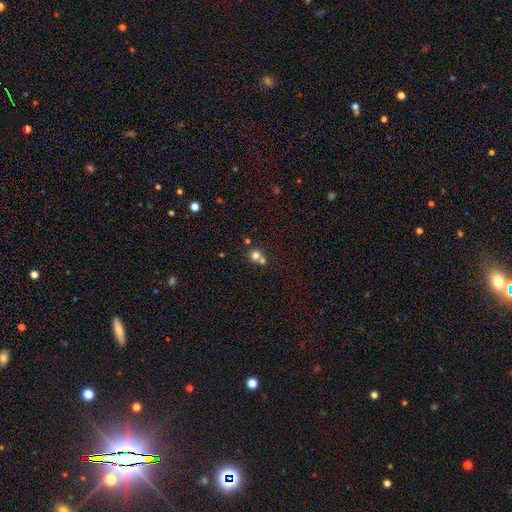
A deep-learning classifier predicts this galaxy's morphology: A smooth galaxy with no disk features (74%) that is round (88%).

Vote fractions:
- Smooth or featured? smooth: 74% / star or artifact: 15% / featured or disk: 11%
- How rounded? round: 88% / in between: 11% / cigar-shaped: 1%
- Merging? none: 48% / merger: 44% / minor disturbance: 6% / major disturbance: 3%